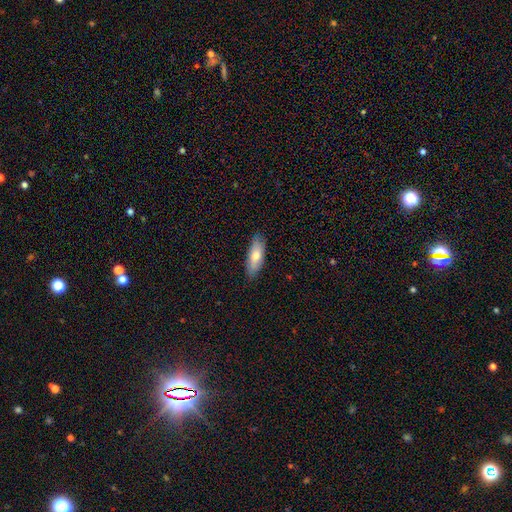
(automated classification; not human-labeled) This appears to be a smooth galaxy with no disk features (70%) that is in between round and cigar-shaped (70%). Merging: none (85%).